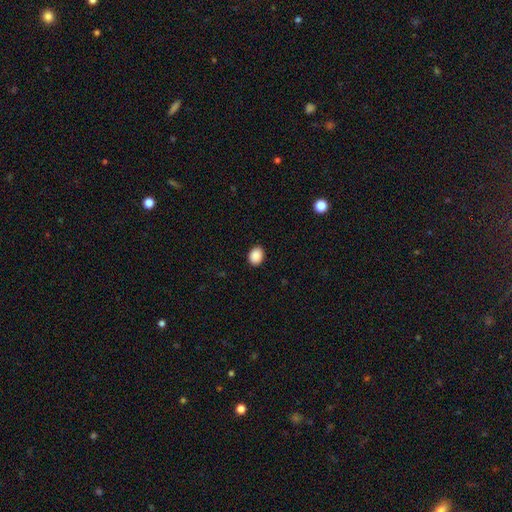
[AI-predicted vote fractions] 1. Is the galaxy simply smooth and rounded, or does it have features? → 90% smooth, 8% star or artifact, 2% featured or disk.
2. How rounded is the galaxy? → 56% in between, 43% round, 1% cigar-shaped.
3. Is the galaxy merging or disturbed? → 90% none, 7% minor disturbance, 2% major disturbance, 1% merger.